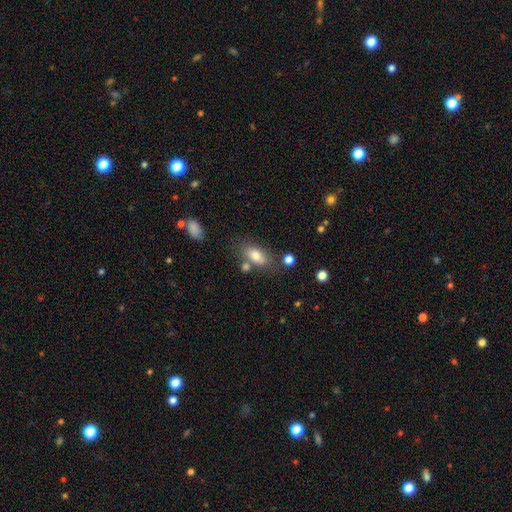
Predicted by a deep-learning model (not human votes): This is likely a smooth galaxy (80%). How rounded: clearly in between (85%). Merging: likely none (65%).